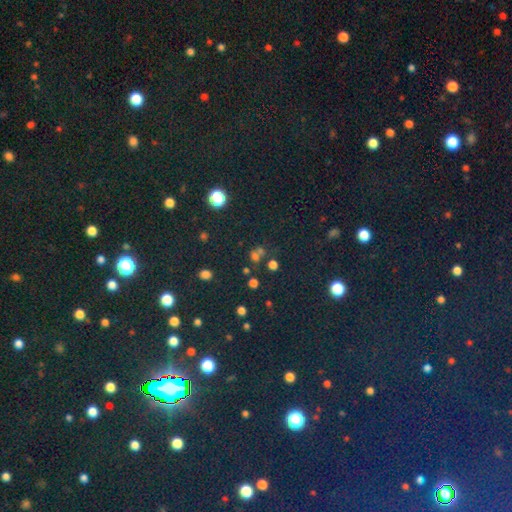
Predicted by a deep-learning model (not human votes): This appears to be a star or artifact, not a galaxy (46%).